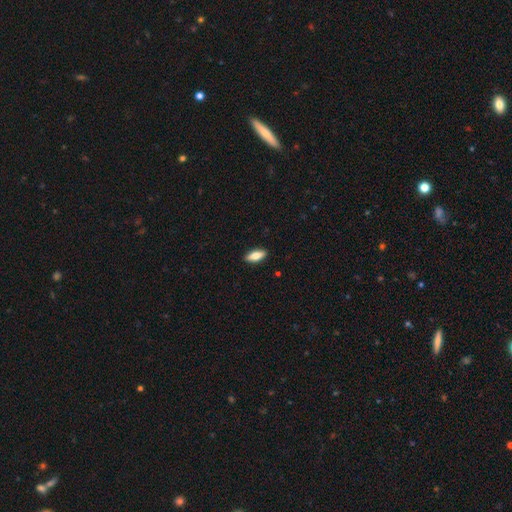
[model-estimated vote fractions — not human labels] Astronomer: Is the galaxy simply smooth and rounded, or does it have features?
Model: smooth — 76%.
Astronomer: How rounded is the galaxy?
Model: in between — 71%.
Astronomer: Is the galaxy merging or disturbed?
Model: none — 89%.